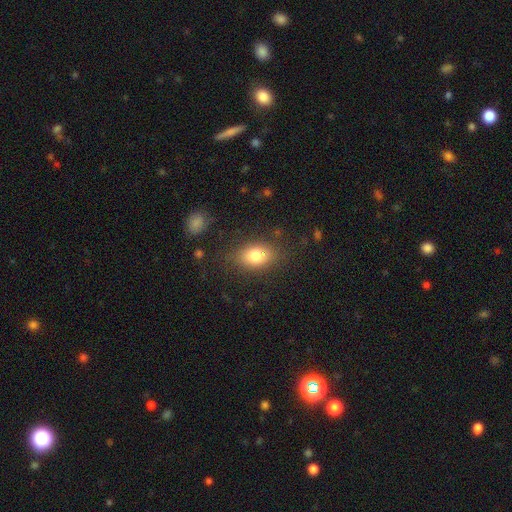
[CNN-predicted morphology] Smooth or featured: smooth — 79% (featured or disk — 11%)
How rounded: in between — 79% (round — 19%)
Merging: none — 78% (minor disturbance — 14%)